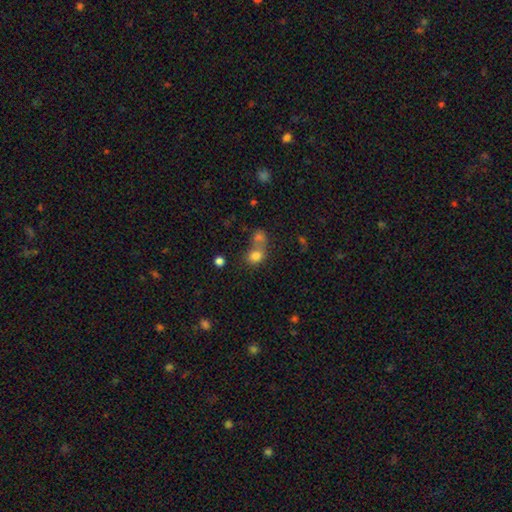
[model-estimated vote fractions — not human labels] Smooth or featured?
  - smooth: 78% *
  - star or artifact: 13%
  - featured or disk: 9%
How rounded?
  - round: 66% *
  - in between: 33%
  - cigar-shaped: 1%
Merging?
  - merger: 53% *
  - none: 36%
  - minor disturbance: 8%
  - major disturbance: 4%